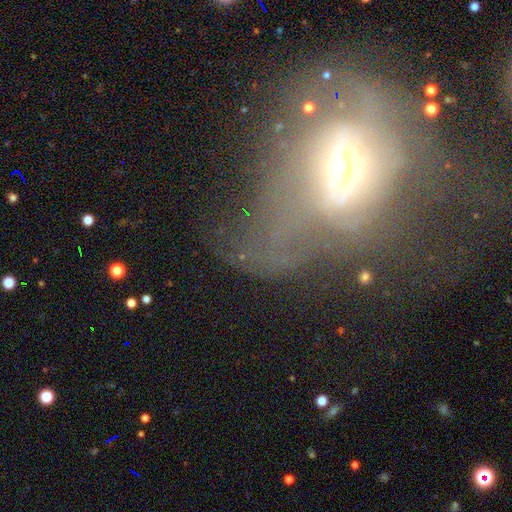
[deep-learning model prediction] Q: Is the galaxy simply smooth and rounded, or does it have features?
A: featured or disk — 51%.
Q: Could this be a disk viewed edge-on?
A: no — 86%.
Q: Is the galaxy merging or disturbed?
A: major disturbance — 57%.